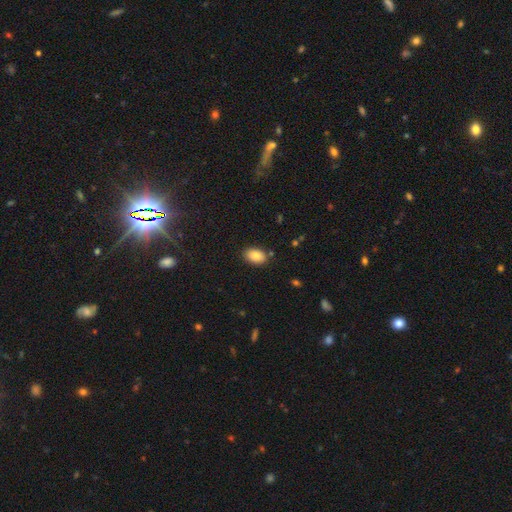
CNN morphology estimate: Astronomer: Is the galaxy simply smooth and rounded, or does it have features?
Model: smooth — 84%.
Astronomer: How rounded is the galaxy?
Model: in between — 89%.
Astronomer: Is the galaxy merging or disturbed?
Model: none — 85%.